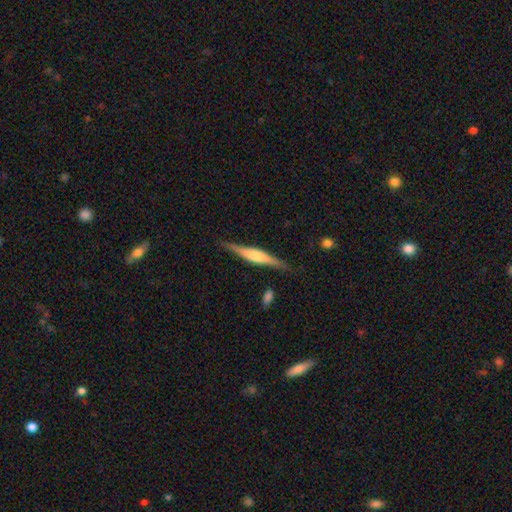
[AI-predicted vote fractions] Smooth or featured? featured or disk (65%)
Edge-on disk? yes (96%)
Edge-on bulge? rounded (66%)
Merging? none (84%)